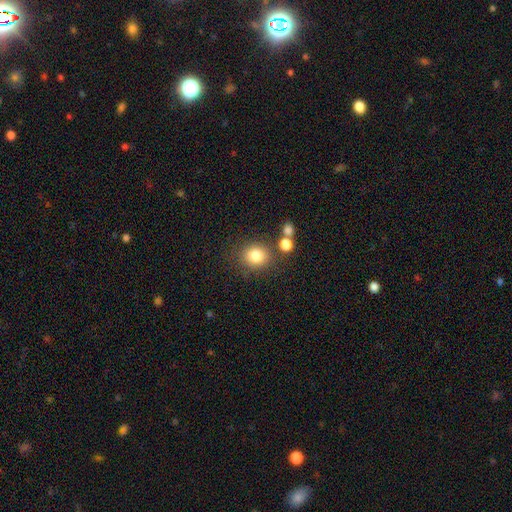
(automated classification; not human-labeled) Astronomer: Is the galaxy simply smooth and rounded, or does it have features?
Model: smooth — 82%.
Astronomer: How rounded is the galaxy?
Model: round — 76%.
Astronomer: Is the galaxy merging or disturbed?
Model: none — 77%.